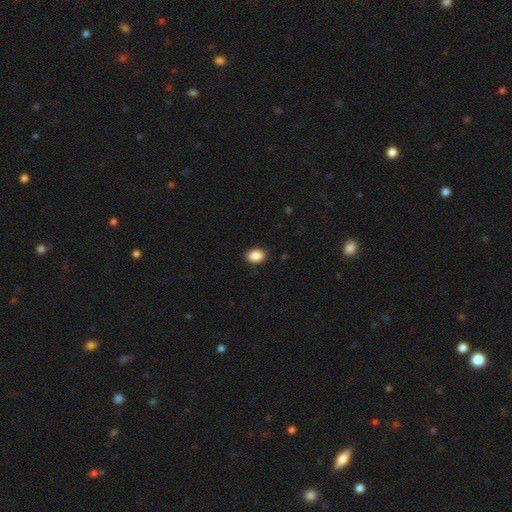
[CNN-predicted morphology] A smooth galaxy with no disk features (89%) that is in between round and cigar-shaped (64%). Merging: none (91%).